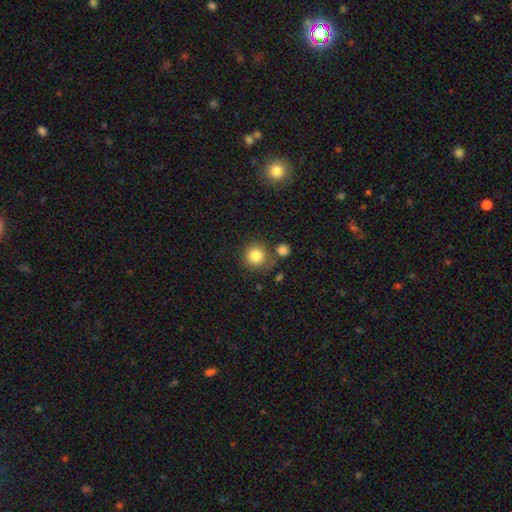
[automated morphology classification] smooth_or_featured: smooth (p=0.83) [alt: star or artifact p=0.10]
how_rounded: round (p=0.93) [alt: in between p=0.06]
merging: none (p=0.74) [alt: merger p=0.11]